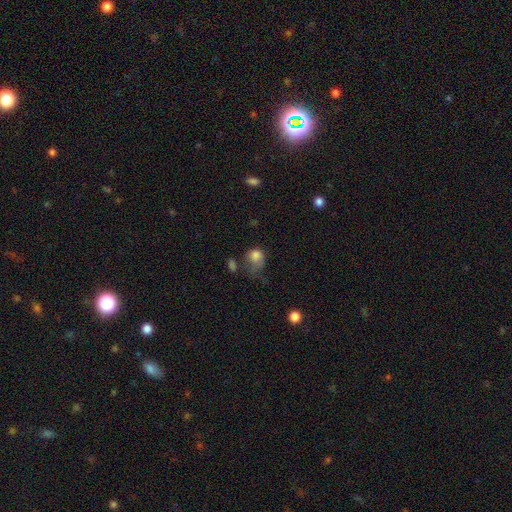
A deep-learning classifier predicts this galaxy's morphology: Q: Smooth or featured?
A: smooth (76%); runner-up: featured or disk (13%)
Q: How rounded?
A: round (54%); runner-up: in between (45%)
Q: Merging?
A: major disturbance (42%); runner-up: minor disturbance (26%)